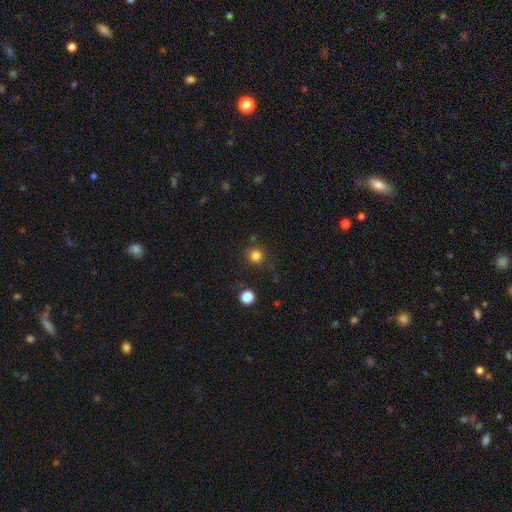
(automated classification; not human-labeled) A smooth galaxy with no disk features (82%) that is round (93%). Merging: none (87%).